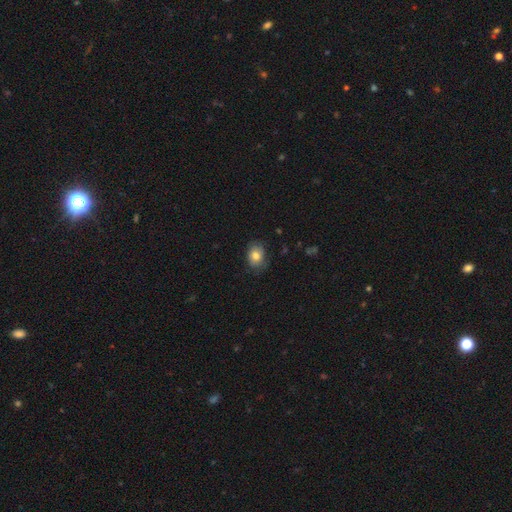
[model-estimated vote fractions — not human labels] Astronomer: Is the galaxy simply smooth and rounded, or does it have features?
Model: smooth — 79%.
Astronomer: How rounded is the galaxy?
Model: in between — 67%.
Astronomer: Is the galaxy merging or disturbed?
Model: none — 77%.